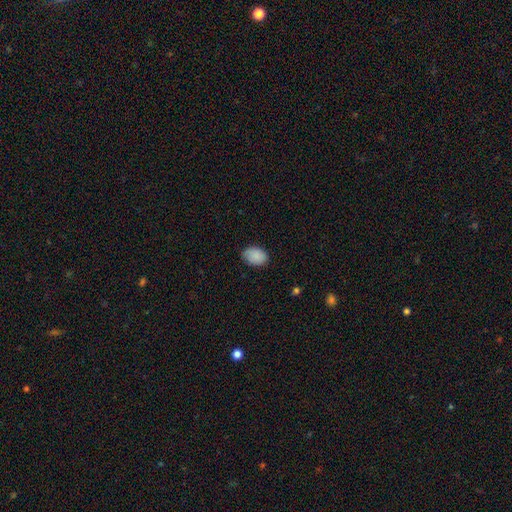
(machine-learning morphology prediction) Smooth or featured? Predicted: smooth (p=0.89). How rounded? Predicted: in between (p=0.82). Merging? Predicted: none (p=0.81).